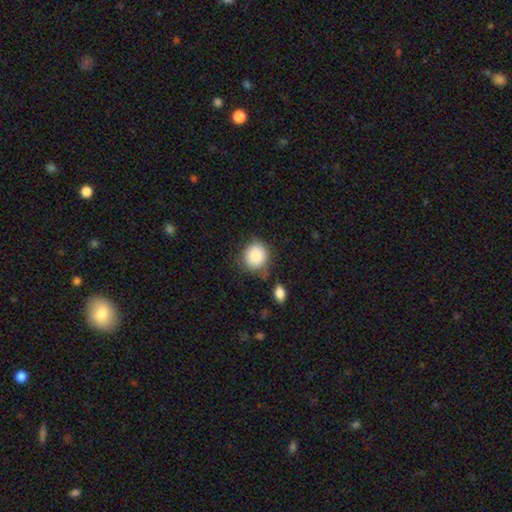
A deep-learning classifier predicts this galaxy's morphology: Smooth or featured? smooth (87%)
How rounded? round (86%)
Merging? none (71%)